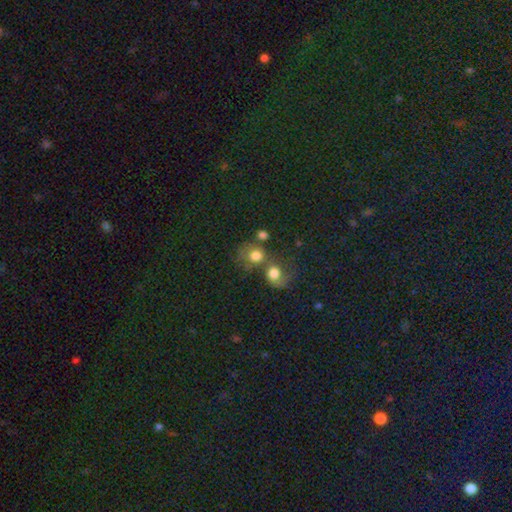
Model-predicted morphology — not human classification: Smooth or featured?
  - smooth: 74% *
  - featured or disk: 15%
  - star or artifact: 11%
How rounded?
  - round: 73% *
  - in between: 26%
  - cigar-shaped: 1%
Merging?
  - merger: 53% *
  - none: 27%
  - major disturbance: 11%
  - minor disturbance: 9%